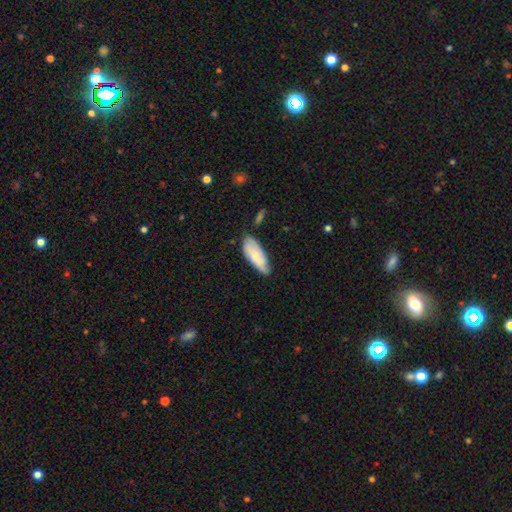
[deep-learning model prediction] smooth_or_featured: smooth (p=0.70) [alt: featured or disk p=0.24]
how_rounded: in between (p=0.75) [alt: cigar-shaped p=0.23]
merging: none (p=0.58) [alt: minor disturbance p=0.32]